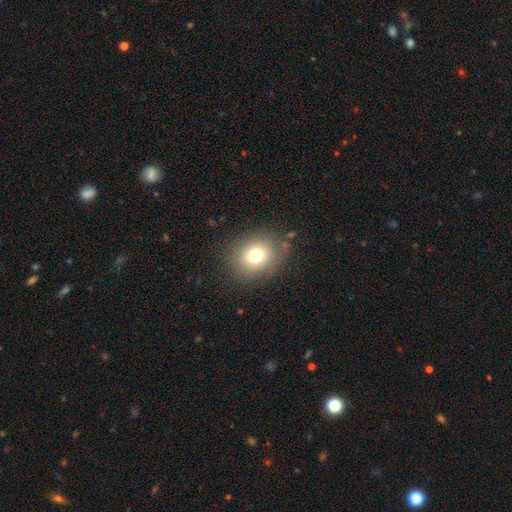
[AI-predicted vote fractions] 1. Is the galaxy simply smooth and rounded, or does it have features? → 74% smooth, 14% star or artifact, 12% featured or disk.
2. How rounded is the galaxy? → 68% round, 31% in between, 1% cigar-shaped.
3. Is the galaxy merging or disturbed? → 84% none, 10% minor disturbance, 5% major disturbance, 2% merger.